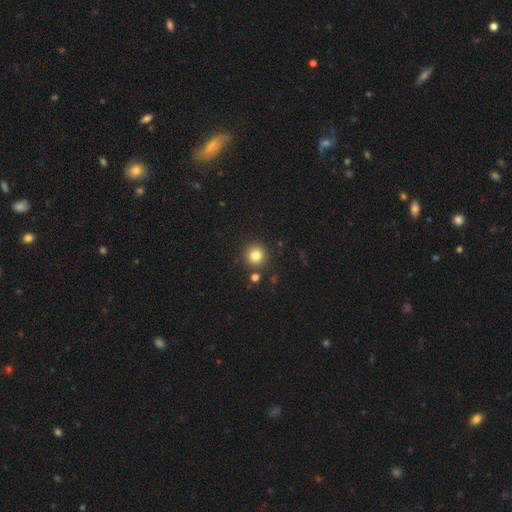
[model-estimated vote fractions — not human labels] smooth-or-featured: smooth: 82% | star or artifact: 12% | featured or disk: 6%
  how-rounded: round: 94% | in between: 5% | cigar-shaped: 1%
  merging: none: 88% | minor disturbance: 6% | merger: 4% | major disturbance: 2%